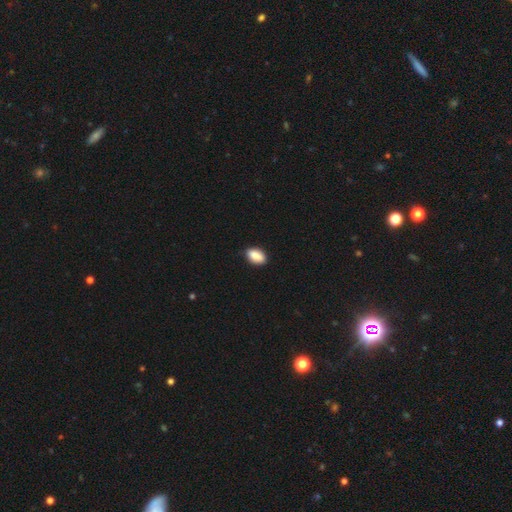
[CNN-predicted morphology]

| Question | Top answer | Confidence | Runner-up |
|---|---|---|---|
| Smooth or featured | smooth | 88% | star or artifact (7%) |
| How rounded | in between | 92% | round (6%) |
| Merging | none | 83% | minor disturbance (14%) |